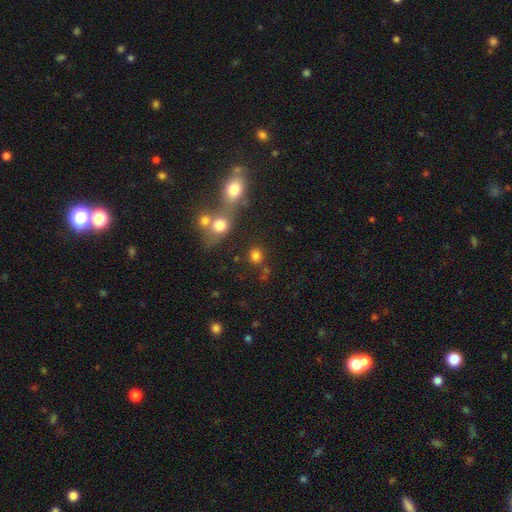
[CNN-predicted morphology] Smooth or featured?
  - smooth: 78% *
  - star or artifact: 15%
  - featured or disk: 7%
How rounded?
  - round: 84% *
  - in between: 14%
  - cigar-shaped: 1%
Merging?
  - none: 67% *
  - merger: 19%
  - minor disturbance: 8%
  - major disturbance: 5%